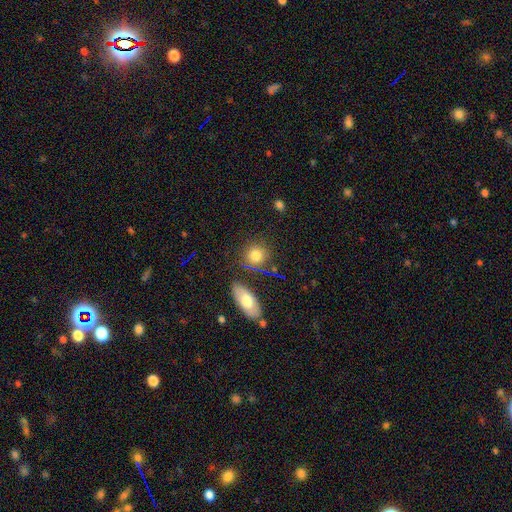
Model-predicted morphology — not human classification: The model was most divided on "how rounded": round: 79%, in between: 19%, cigar-shaped: 2%. More confident: merging — none (82%); smooth or featured — smooth (80%).